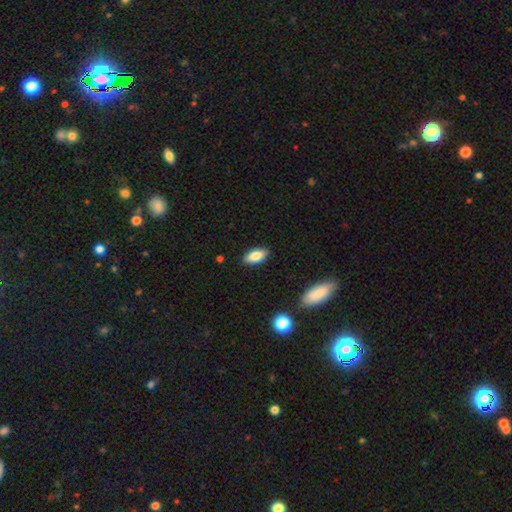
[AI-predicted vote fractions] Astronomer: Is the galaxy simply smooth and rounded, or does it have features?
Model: smooth — 80%.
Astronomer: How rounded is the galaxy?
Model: in between — 88%.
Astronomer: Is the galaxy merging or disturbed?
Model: none — 87%.